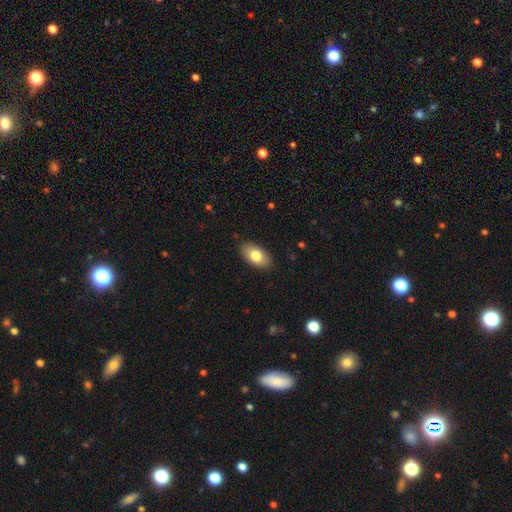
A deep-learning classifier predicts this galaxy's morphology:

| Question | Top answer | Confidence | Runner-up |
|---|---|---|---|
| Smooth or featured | smooth | 78% | featured or disk (15%) |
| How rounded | in between | 93% | round (5%) |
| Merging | none | 87% | minor disturbance (10%) |